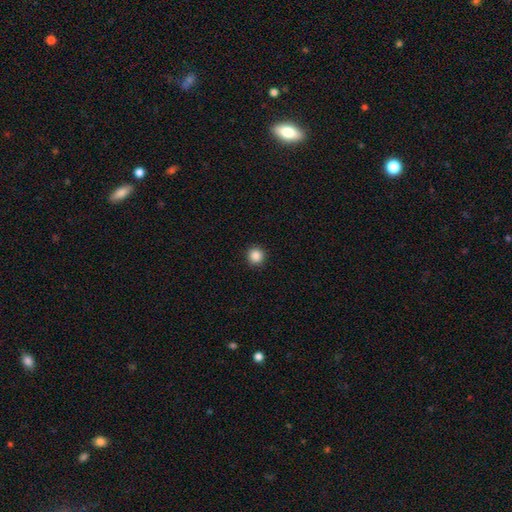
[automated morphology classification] type=smooth (87%); roundness=round (95%); merging=none (92%).